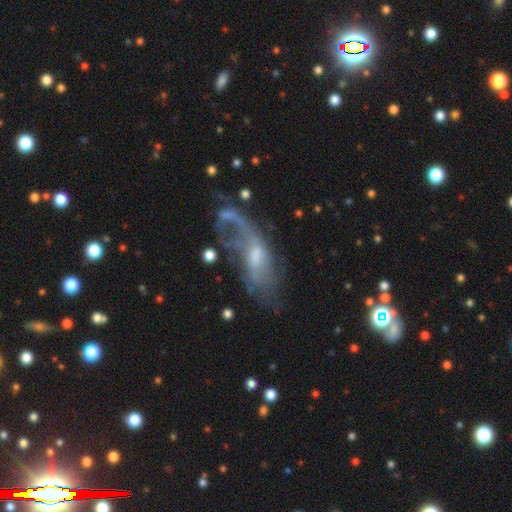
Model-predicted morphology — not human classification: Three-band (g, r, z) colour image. It shows a featured or disk galaxy (73%) with no bar (45%), 1 (38%) loose (64%) spiral arms (77%) and a moderate central bulge (44%). Merging: major disturbance (41%).